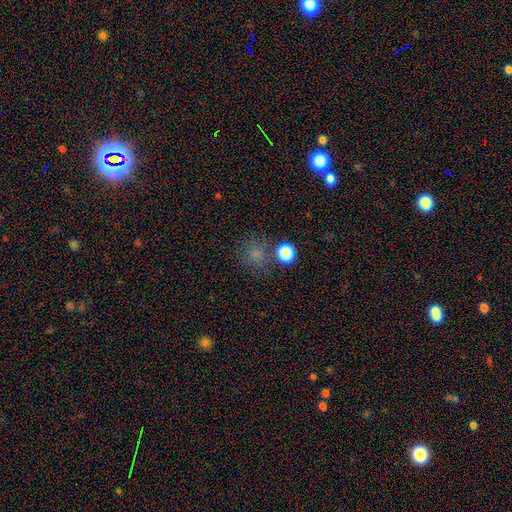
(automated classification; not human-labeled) Smooth or featured?
  - smooth: 73% *
  - star or artifact: 20%
  - featured or disk: 7%
How rounded?
  - round: 84% *
  - in between: 15%
  - cigar-shaped: 1%
Merging?
  - none: 71% *
  - minor disturbance: 13%
  - merger: 11%
  - major disturbance: 6%